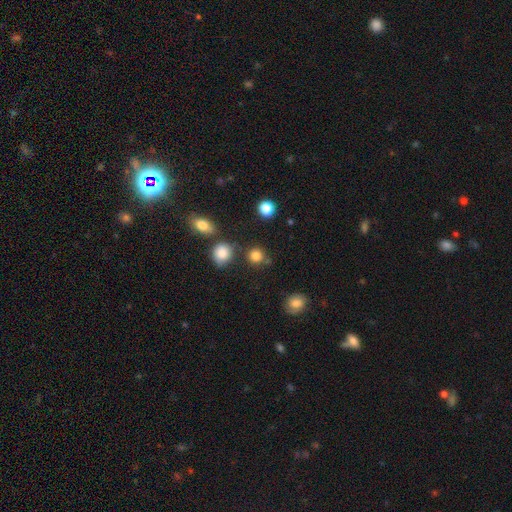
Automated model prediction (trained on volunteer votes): smooth 83%, star or artifact 12%, featured or disk 5%. Down the decision tree: how rounded — round (89%); merging — none (77%).